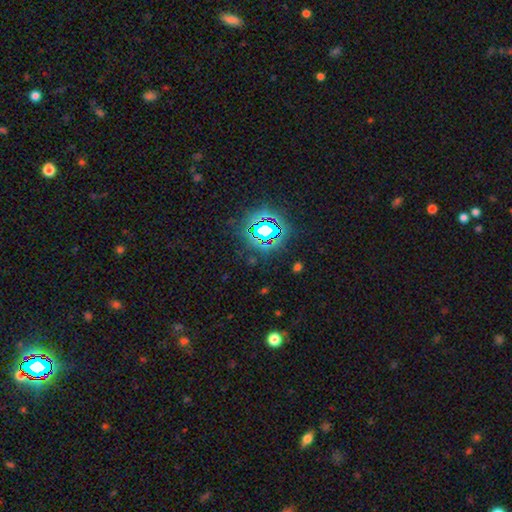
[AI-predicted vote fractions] A star or artifact, not a galaxy (79%).

Vote fractions:
- Smooth or featured? star or artifact: 79% / smooth: 13% / featured or disk: 8%